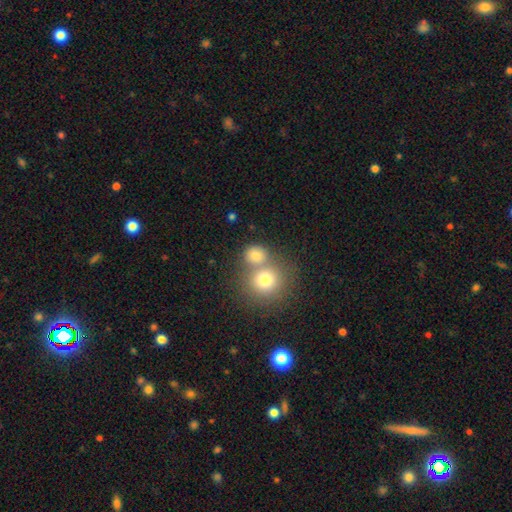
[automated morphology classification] Overall: smooth (78%). How rounded: round (80%). Merging: none (46%; merger 43%).